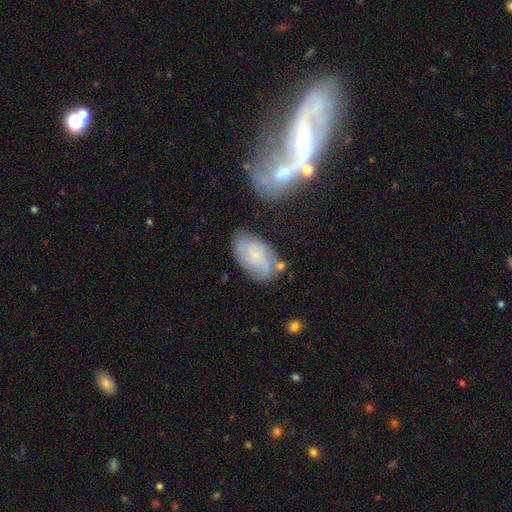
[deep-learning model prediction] A featured or disk galaxy (58%) with no bar (62%), spiral arms (87%) and a small central bulge (67%). Merging: none (65%).